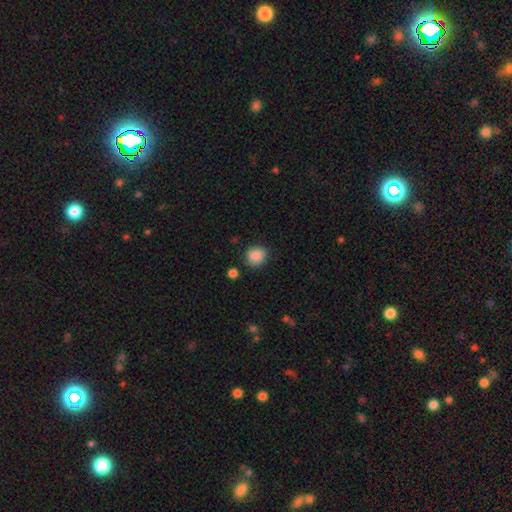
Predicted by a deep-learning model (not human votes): Smooth or featured? smooth (87%)
How rounded? round (74%)
Merging? none (79%)